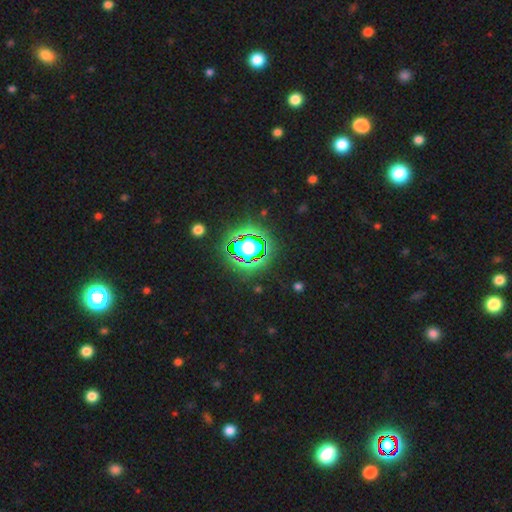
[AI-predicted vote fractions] A star or artifact, not a galaxy (79%).

Vote fractions:
- Smooth or featured? star or artifact: 79% / smooth: 14% / featured or disk: 7%